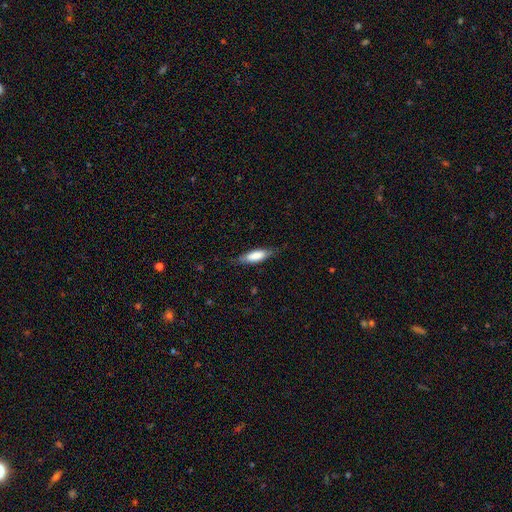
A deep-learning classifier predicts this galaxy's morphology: This is likely a smooth galaxy (72%). How rounded: possibly in between (52%). Merging: likely none (76%).